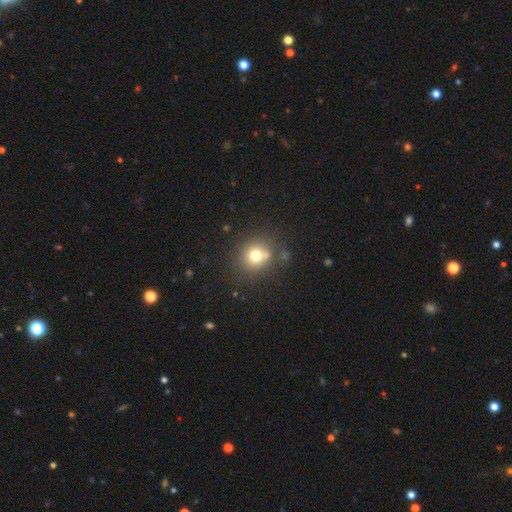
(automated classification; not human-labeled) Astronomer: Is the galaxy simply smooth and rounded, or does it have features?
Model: smooth — 73%.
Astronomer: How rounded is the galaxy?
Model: round — 85%.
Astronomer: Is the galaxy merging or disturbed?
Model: none — 73%.